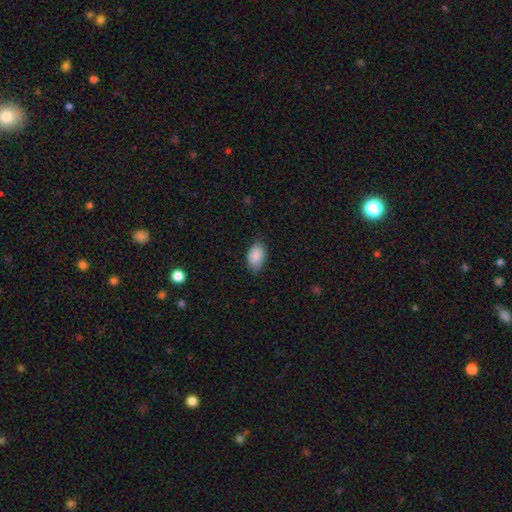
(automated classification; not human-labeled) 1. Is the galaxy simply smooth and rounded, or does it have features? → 89% smooth, 7% star or artifact, 4% featured or disk.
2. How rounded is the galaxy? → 89% in between, 10% round, 1% cigar-shaped.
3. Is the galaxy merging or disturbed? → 81% none, 15% minor disturbance, 3% major disturbance, 1% merger.